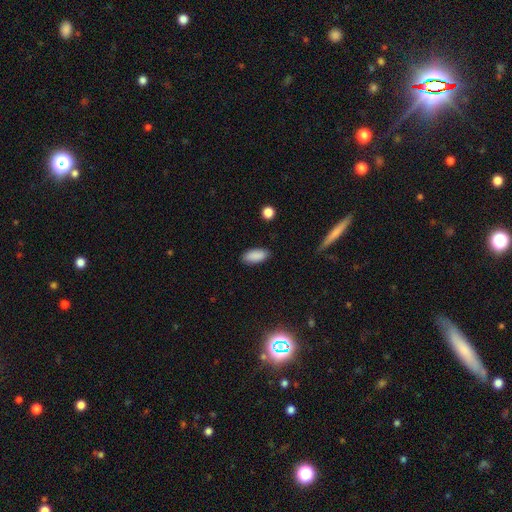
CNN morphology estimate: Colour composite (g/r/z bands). It shows a smooth galaxy with no disk features (89%) that is in between round and cigar-shaped (88%). Merging: none (88%).